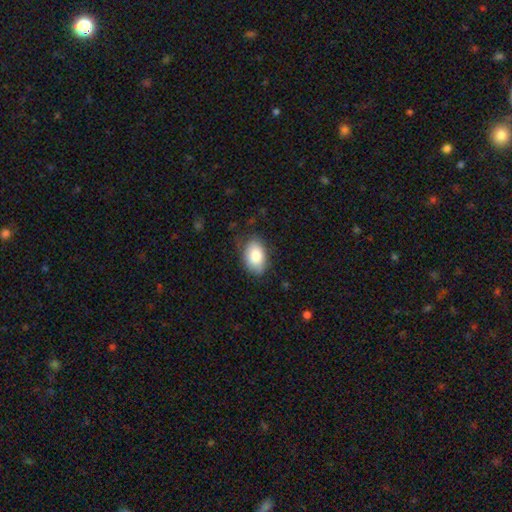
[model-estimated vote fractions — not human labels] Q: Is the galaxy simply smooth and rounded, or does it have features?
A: smooth — 82%.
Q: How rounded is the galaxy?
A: in between — 89%.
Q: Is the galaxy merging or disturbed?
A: none — 75%.